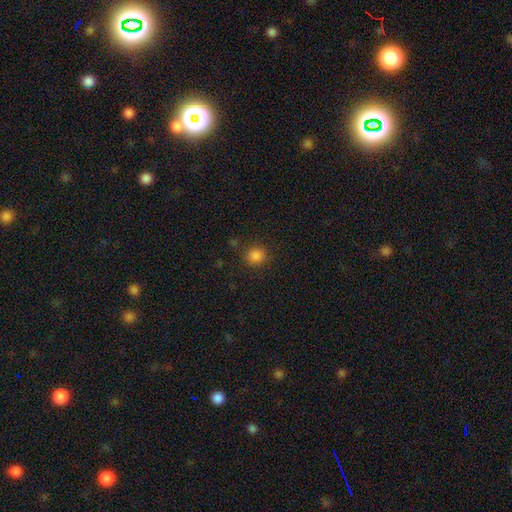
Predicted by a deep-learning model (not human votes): Smooth or featured: smooth — 85% (star or artifact — 12%)
How rounded: round — 88% (in between — 11%)
Merging: none — 86% (minor disturbance — 8%)